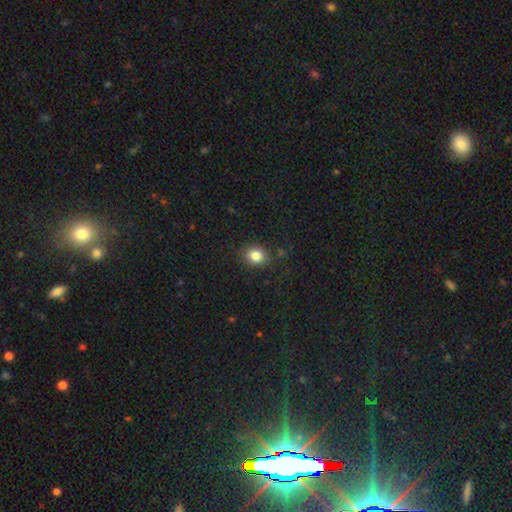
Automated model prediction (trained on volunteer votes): Smooth or featured? smooth (83%)
How rounded? round (66%)
Merging? none (86%)